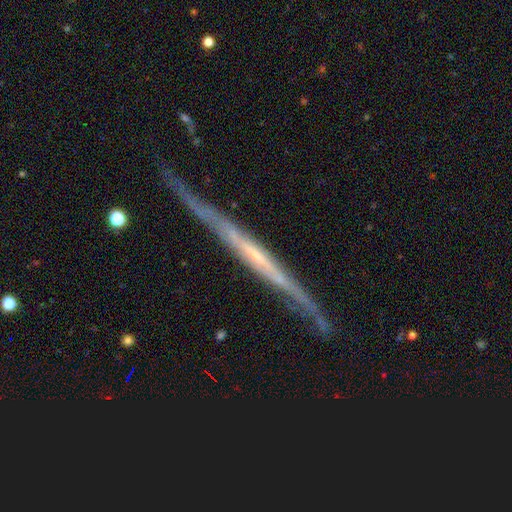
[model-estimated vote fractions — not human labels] A featured or disk galaxy (81%) viewed edge-on (93%) with no central bulge (69%).

Vote fractions:
- Smooth or featured? featured or disk: 81% / smooth: 14% / star or artifact: 6%
- Edge-on disk? yes: 93% / no: 7%
- Edge-on bulge? none: 69% / rounded: 17% / boxy: 15%
- Merging? none: 67% / minor disturbance: 22% / major disturbance: 7% / merger: 3%